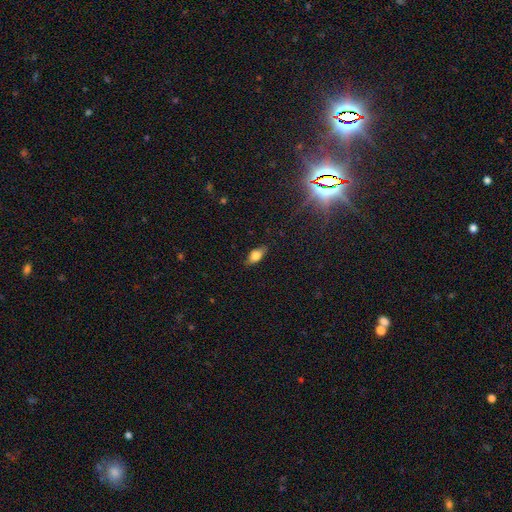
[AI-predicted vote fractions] A smooth galaxy with no disk features (71%) that is in between round and cigar-shaped (83%). Merging: none (83%).